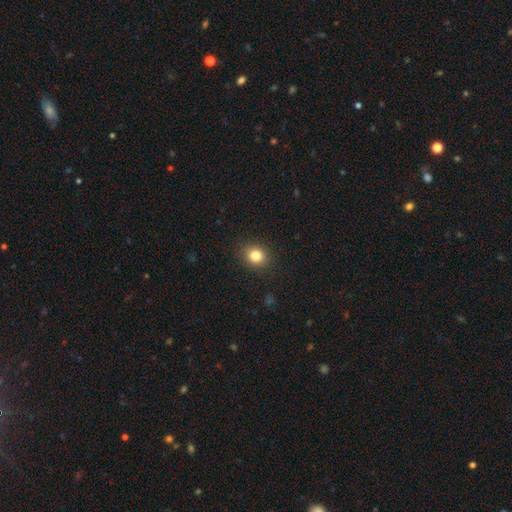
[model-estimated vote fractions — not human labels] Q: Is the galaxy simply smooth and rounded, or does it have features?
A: smooth — 83%.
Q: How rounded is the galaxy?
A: round — 71%.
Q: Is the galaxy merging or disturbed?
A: none — 90%.